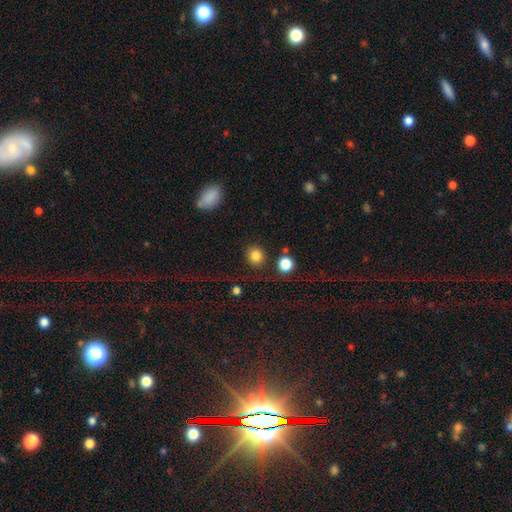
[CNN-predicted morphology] Overall: smooth (83%). How rounded: round (88%). Merging: none (83%).